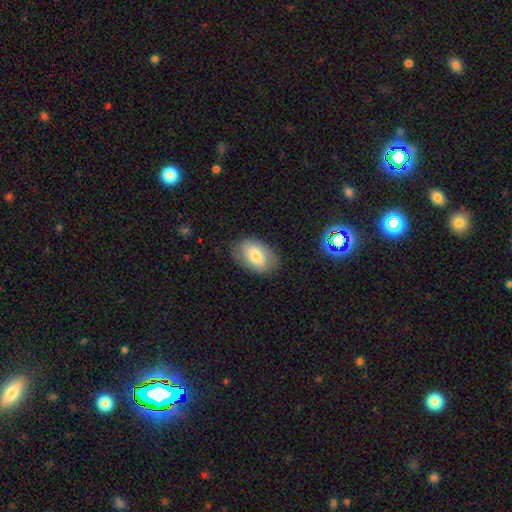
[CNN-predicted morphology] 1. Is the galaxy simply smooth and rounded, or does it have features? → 69% smooth, 23% featured or disk, 7% star or artifact.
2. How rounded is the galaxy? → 89% in between, 10% round, 1% cigar-shaped.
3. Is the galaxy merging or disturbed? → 75% none, 19% minor disturbance, 5% major disturbance, 1% merger.